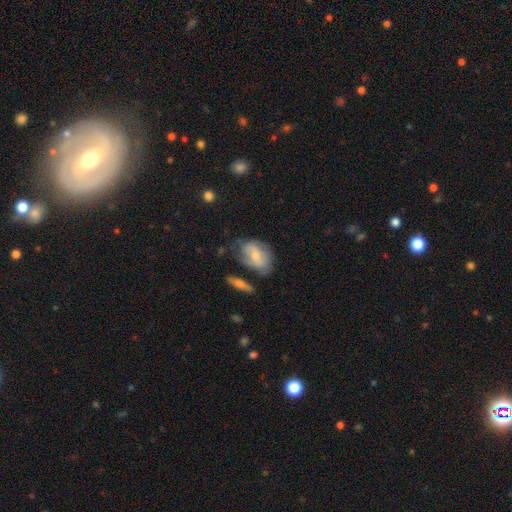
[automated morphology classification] This appears to be a smooth galaxy with no disk features (57%) that is in between round and cigar-shaped (80%). Merging: none (45%).